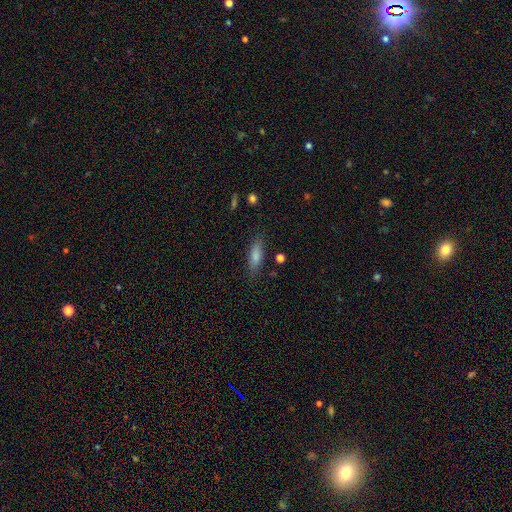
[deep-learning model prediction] A smooth galaxy with no disk features (80%) that is in between round and cigar-shaped (56%). Merging: none (81%).